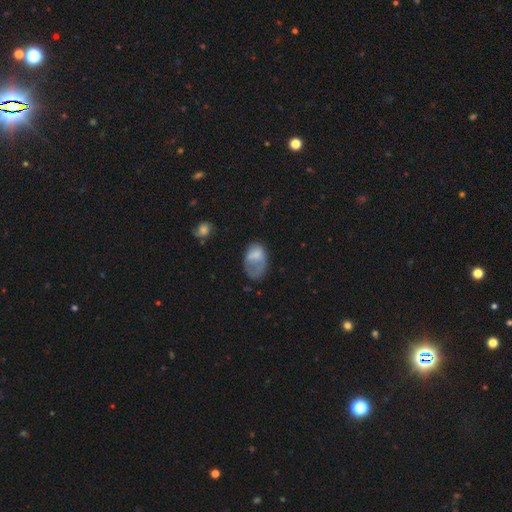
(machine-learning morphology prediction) Smooth or featured? smooth (66%)
How rounded? in between (86%)
Merging? major disturbance (40%)